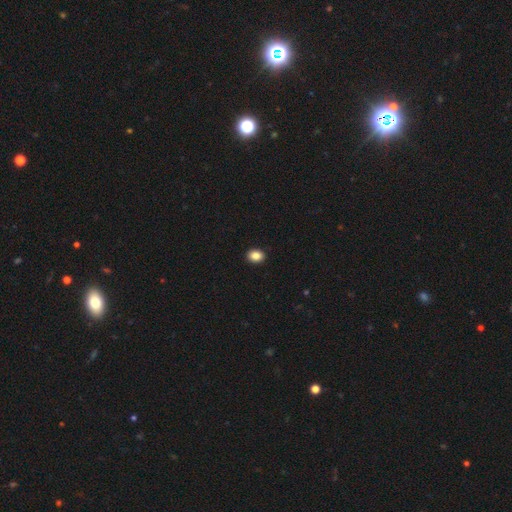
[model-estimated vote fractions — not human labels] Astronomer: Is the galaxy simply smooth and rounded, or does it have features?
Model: smooth — 87%.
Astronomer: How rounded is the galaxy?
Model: in between — 57% (runner-up: round, 42%).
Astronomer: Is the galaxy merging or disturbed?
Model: none — 92%.